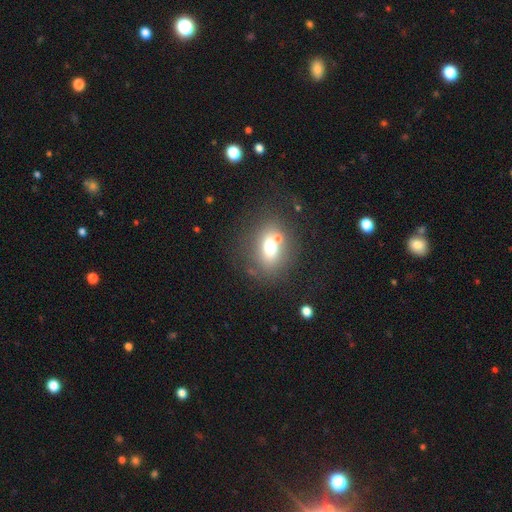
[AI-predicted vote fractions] Smooth or featured? Predicted: smooth (p=0.57). How rounded? Predicted: in between (p=0.60). Merging? Predicted: none (p=0.54).